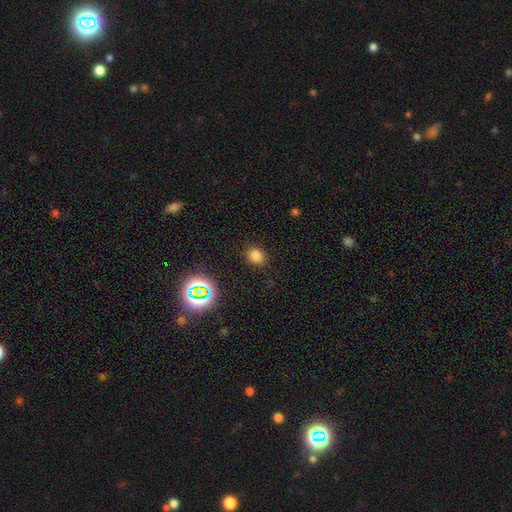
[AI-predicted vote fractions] This appears to be a smooth galaxy with no disk features (77%) that is in between round and cigar-shaped (52%). Merging: none (86%).